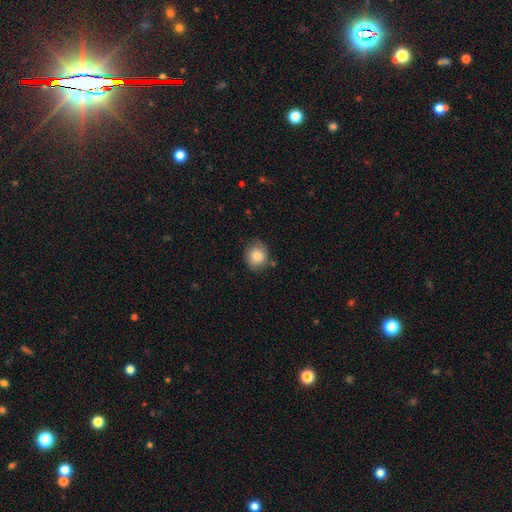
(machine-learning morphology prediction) Overall: smooth (84%). How rounded: round (75%). Merging: none (78%).